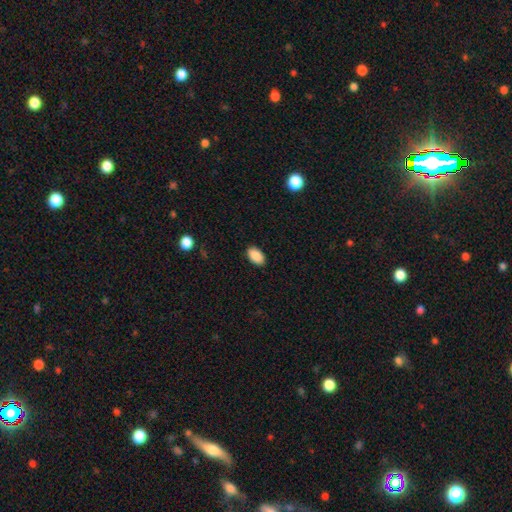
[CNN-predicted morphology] The model was most divided on "merging": none: 89%, minor disturbance: 8%, major disturbance: 2%, merger: 1%. More confident: how rounded — in between (93%); smooth or featured — smooth (90%).